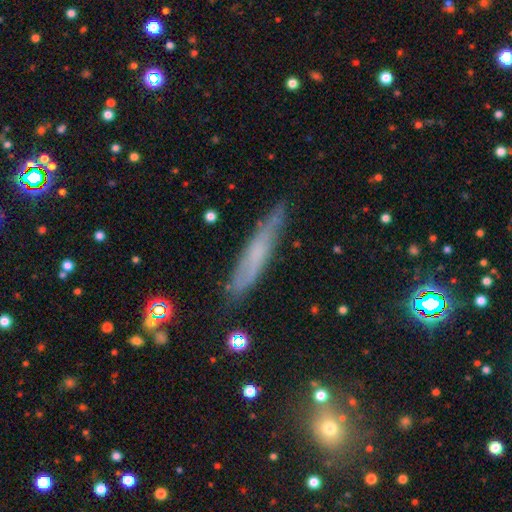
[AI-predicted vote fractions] Smooth or featured? smooth (49%)
Merging? none (78%)